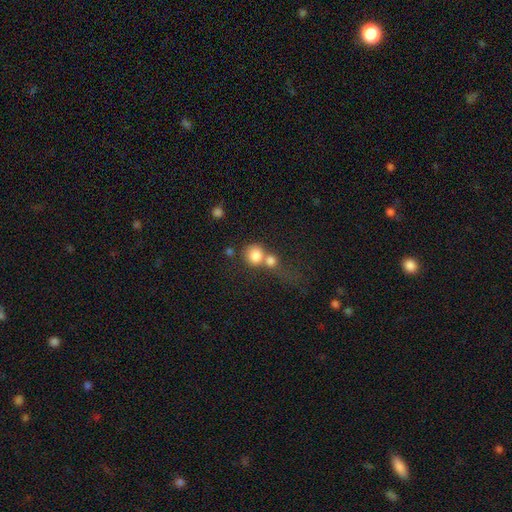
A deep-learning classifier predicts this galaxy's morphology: A smooth galaxy with no disk features (80%) that is round (85%).

Vote fractions:
- Smooth or featured? smooth: 80% / star or artifact: 10% / featured or disk: 10%
- How rounded? round: 85% / in between: 14% / cigar-shaped: 1%
- Merging? merger: 51% / none: 35% / minor disturbance: 7% / major disturbance: 6%